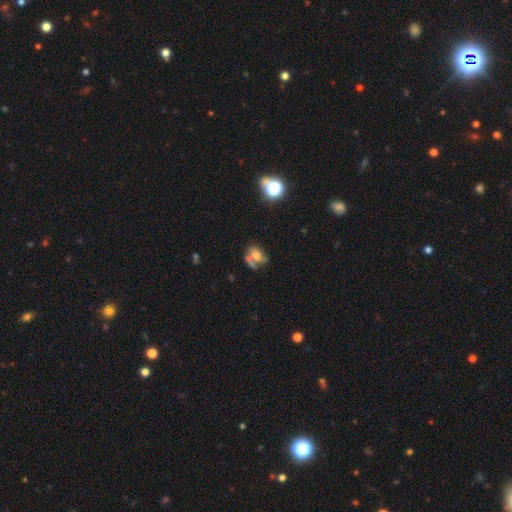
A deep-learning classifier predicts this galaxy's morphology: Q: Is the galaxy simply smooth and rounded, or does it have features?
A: smooth — 50%.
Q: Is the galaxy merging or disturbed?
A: merger — 37%.